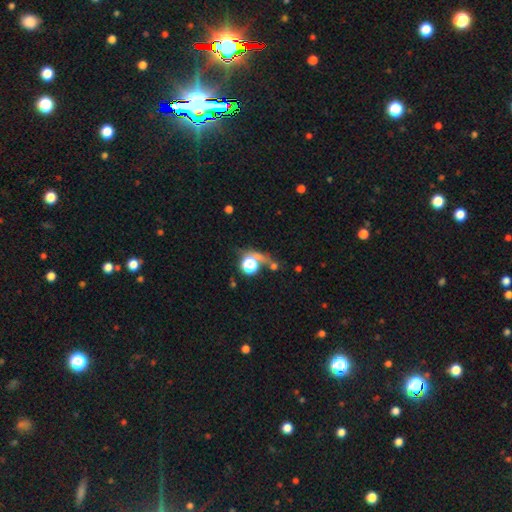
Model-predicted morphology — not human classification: A star or artifact, not a galaxy (54%).